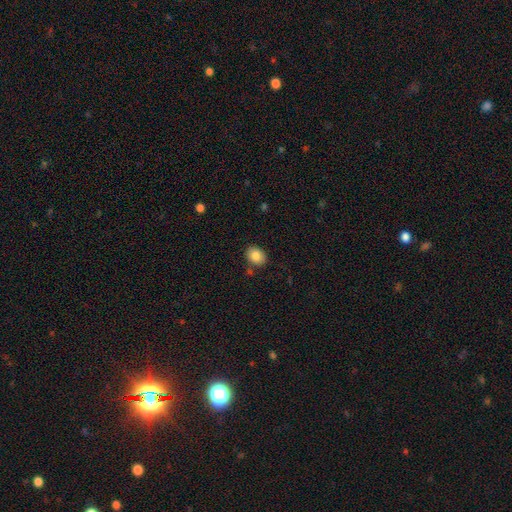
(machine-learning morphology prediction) Smooth or featured? Predicted: smooth (p=0.84). How rounded? Predicted: in between (p=0.62). Merging? Predicted: none (p=0.82).